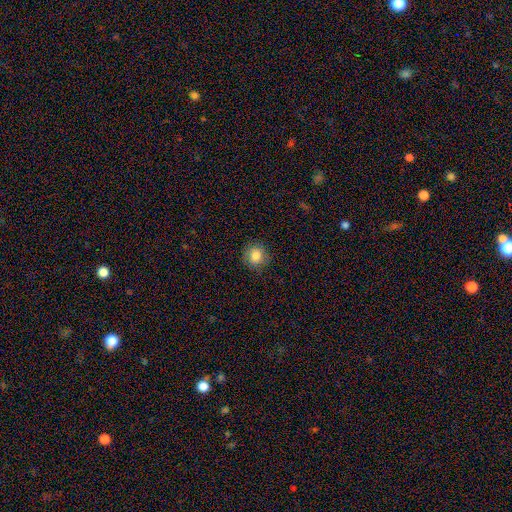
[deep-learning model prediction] A smooth galaxy with no disk features (83%) that is round (91%). Merging: none (85%).